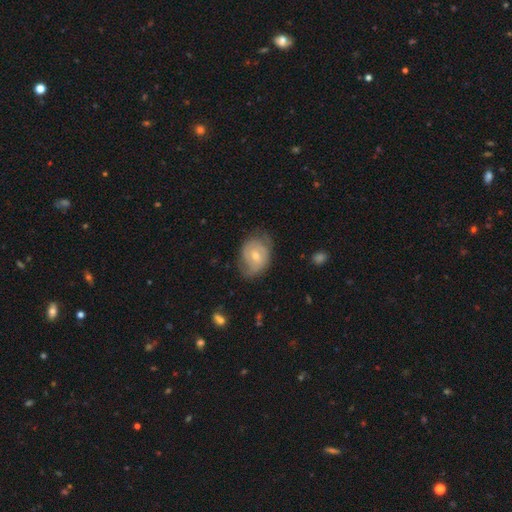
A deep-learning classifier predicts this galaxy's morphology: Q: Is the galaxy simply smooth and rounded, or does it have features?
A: featured or disk — 49%.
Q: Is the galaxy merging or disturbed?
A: none — 56%.